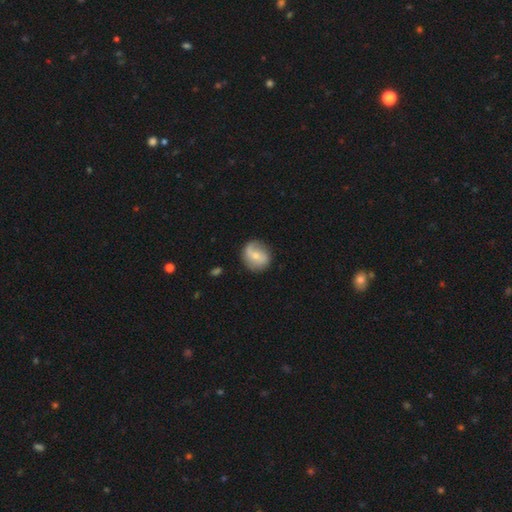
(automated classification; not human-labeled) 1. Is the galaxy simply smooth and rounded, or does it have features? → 56% featured or disk, 37% smooth, 7% star or artifact.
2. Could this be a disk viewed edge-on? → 97% no, 3% yes.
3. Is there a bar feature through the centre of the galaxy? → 49% no, 39% weak, 12% strong.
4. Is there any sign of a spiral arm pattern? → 83% yes, 17% no.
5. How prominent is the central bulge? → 55% small, 38% moderate, 4% none, 2% large, 1% dominant.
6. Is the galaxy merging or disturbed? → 73% none, 18% minor disturbance, 7% major disturbance, 2% merger.